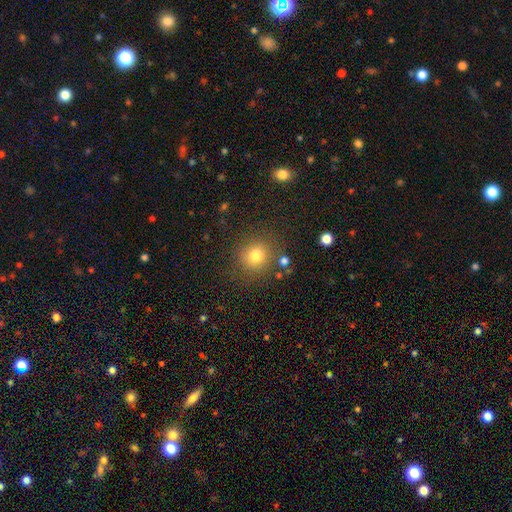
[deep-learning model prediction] Morphology: type=smooth (78%); roundness=round (88%); merging=none (82%).